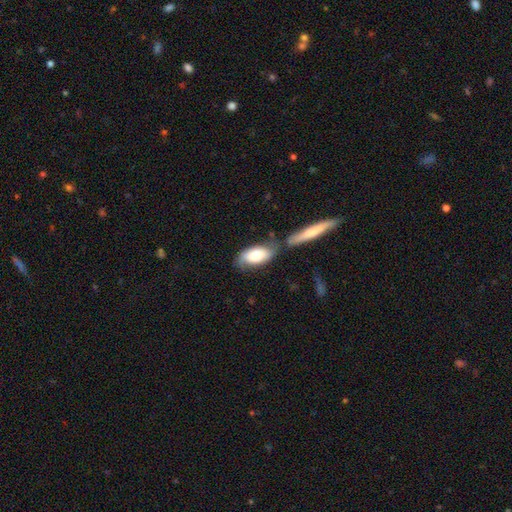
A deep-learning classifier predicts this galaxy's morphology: Smooth or featured: smooth — 72% (featured or disk — 22%)
How rounded: in between — 90% (cigar-shaped — 7%)
Merging: none — 48% (merger — 24%)